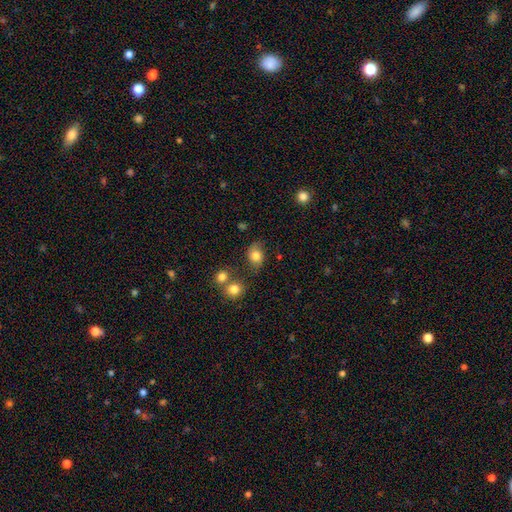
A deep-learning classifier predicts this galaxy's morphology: smooth 77%, featured or disk 13%, star or artifact 9%. Down the decision tree: how rounded — in between (60%); merging — none (65%).